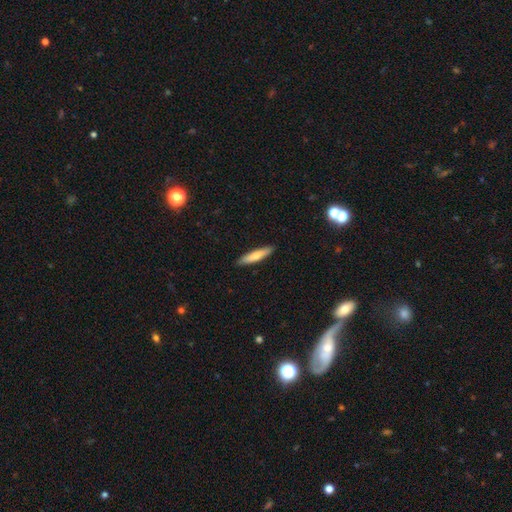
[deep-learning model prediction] The model was most divided on "smooth or featured": smooth: 73%, featured or disk: 22%, star or artifact: 5%. More confident: merging — none (90%); how rounded — cigar-shaped (86%).